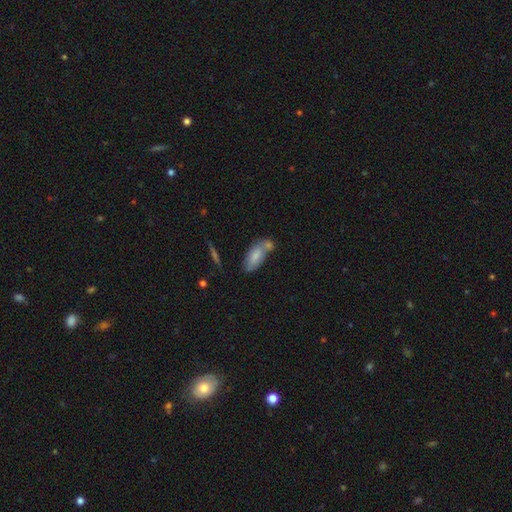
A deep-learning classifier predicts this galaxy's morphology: Smooth or featured?
  - smooth: 75% *
  - featured or disk: 18%
  - star or artifact: 7%
How rounded?
  - in between: 83% *
  - cigar-shaped: 15%
  - round: 2%
Merging?
  - none: 44% *
  - merger: 32%
  - minor disturbance: 18%
  - major disturbance: 6%